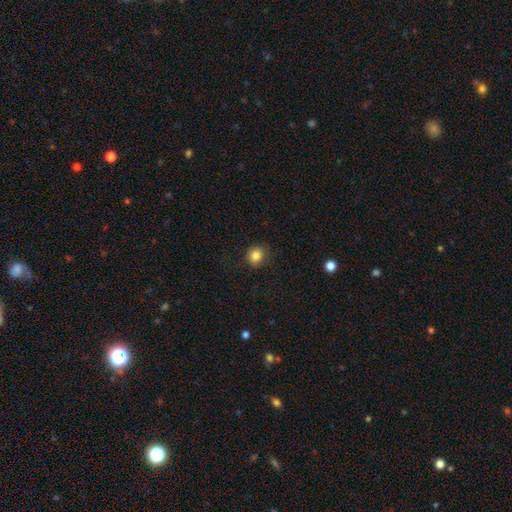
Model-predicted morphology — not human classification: The model was most divided on "how rounded": round: 76%, in between: 23%, cigar-shaped: 1%. More confident: smooth or featured — smooth (85%); merging — none (82%).